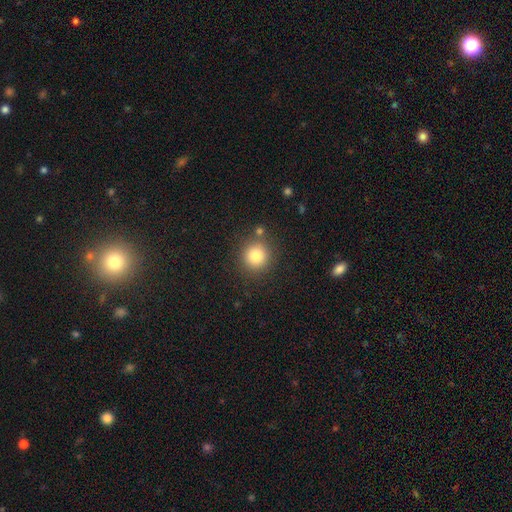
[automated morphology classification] Smooth or featured? smooth (82%)
How rounded? round (91%)
Merging? none (82%)